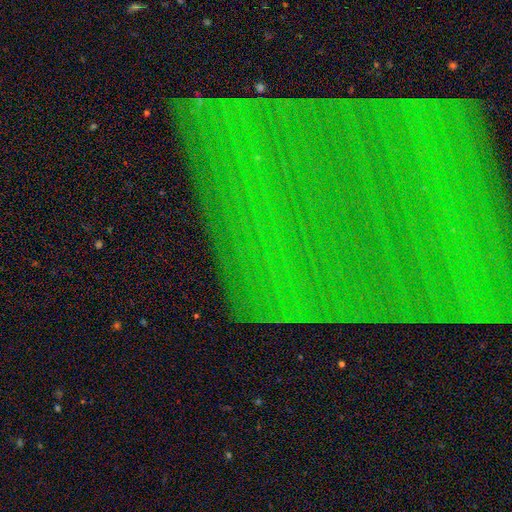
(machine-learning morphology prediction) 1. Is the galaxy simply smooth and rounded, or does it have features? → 85% star or artifact, 8% featured or disk, 7% smooth.